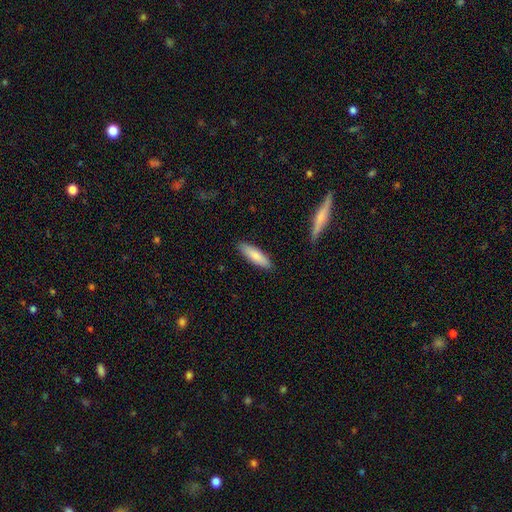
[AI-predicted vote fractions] This is clearly a smooth galaxy (82%). How rounded: likely cigar-shaped (61%). Merging: clearly none (89%).